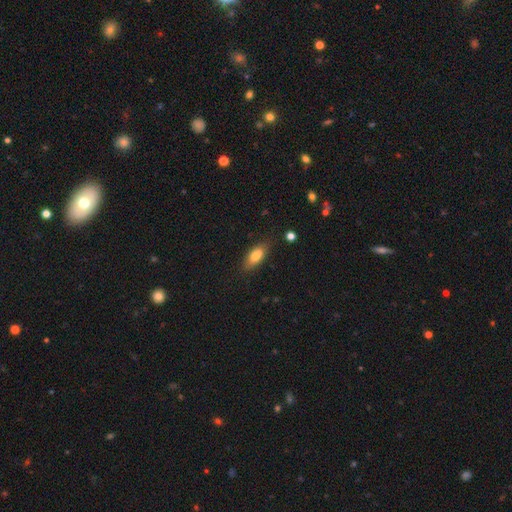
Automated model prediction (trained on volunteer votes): A smooth galaxy with no disk features (78%) that is in between round and cigar-shaped (79%).

Vote fractions:
- Smooth or featured? smooth: 78% / featured or disk: 14% / star or artifact: 8%
- How rounded? in between: 79% / cigar-shaped: 18% / round: 3%
- Merging? none: 79% / minor disturbance: 15% / major disturbance: 4% / merger: 2%